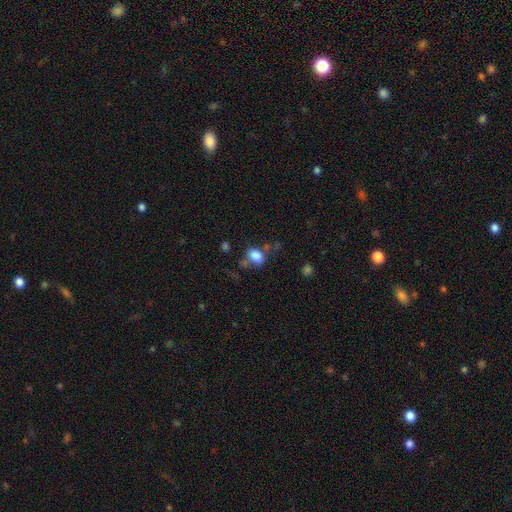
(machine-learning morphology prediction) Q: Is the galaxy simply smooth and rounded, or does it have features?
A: smooth — 82%.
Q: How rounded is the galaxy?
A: in between — 74%.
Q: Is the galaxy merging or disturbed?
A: none — 51%.